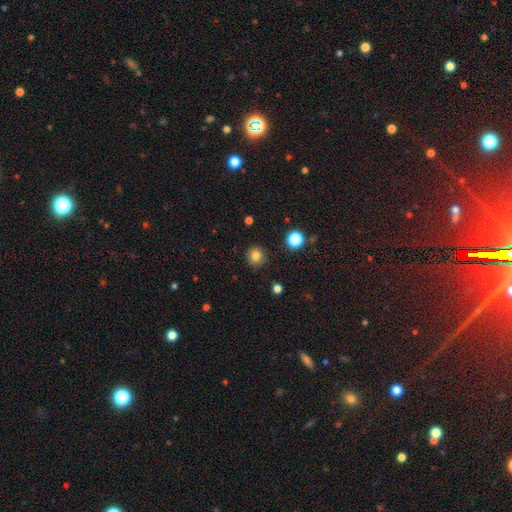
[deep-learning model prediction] This is clearly a smooth galaxy (82%). How rounded: clearly round (88%). Merging: clearly none (87%).